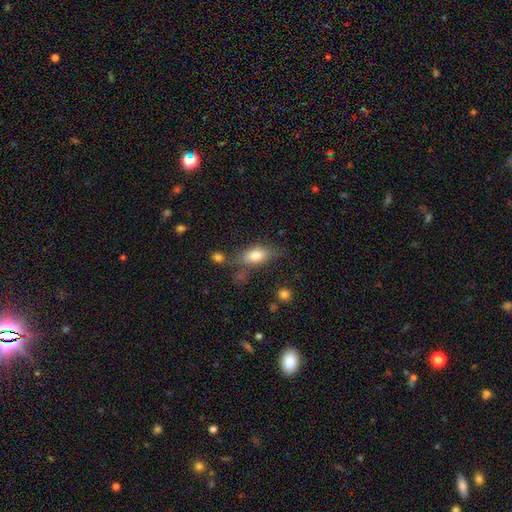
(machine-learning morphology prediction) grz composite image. It shows a smooth galaxy with no disk features (74%) that is in between round and cigar-shaped (82%). Merging: none (61%).